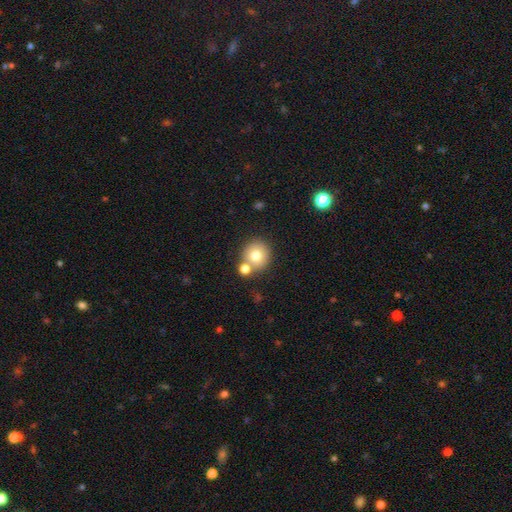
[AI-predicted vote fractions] Morphology: type=smooth (75%); roundness=round (88%); merging=none (66%).